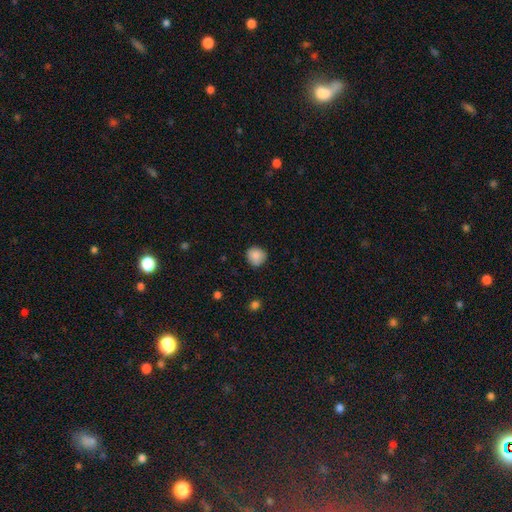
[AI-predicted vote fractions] This is clearly a smooth galaxy (86%). How rounded: clearly round (90%). Merging: clearly none (85%).